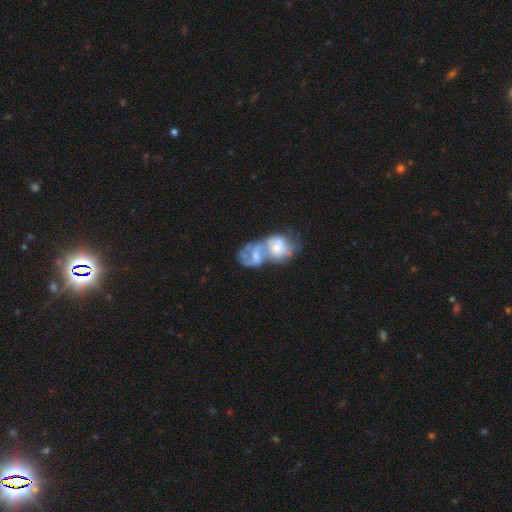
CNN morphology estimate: This appears to be a featured or disk galaxy (64%) with no bar (67%), spiral arms (55%) and a moderate central bulge (39%). Merging: merger (80%).